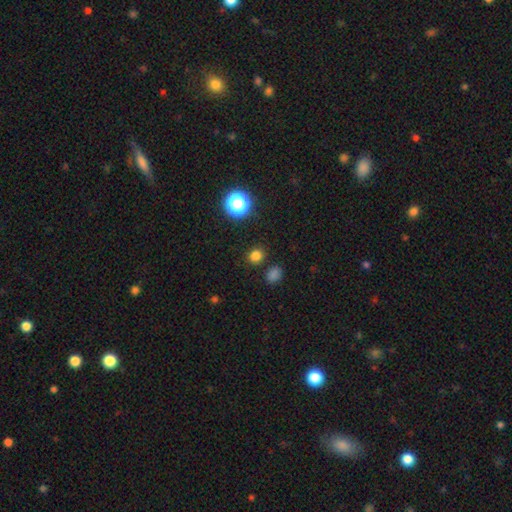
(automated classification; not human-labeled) Overall: smooth (78%). How rounded: round (81%). Merging: none (87%).